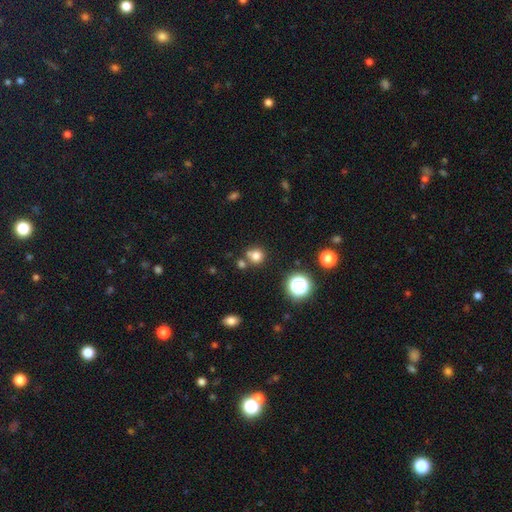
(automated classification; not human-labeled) Smooth or featured? smooth (76%)
How rounded? round (88%)
Merging? none (65%)